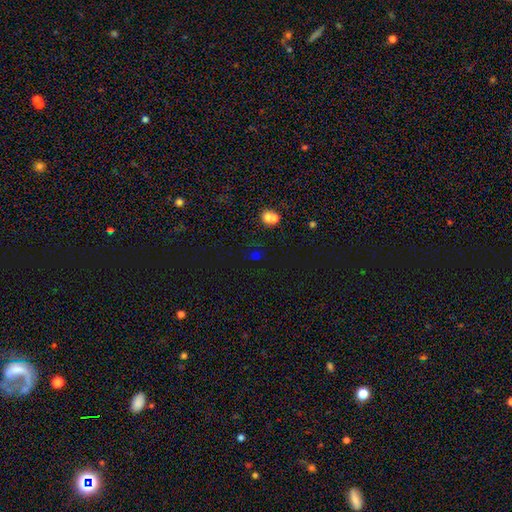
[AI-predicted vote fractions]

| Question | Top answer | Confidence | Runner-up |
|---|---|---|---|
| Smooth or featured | smooth | 48% | star or artifact (41%) |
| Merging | none | 54% | merger (27%) |